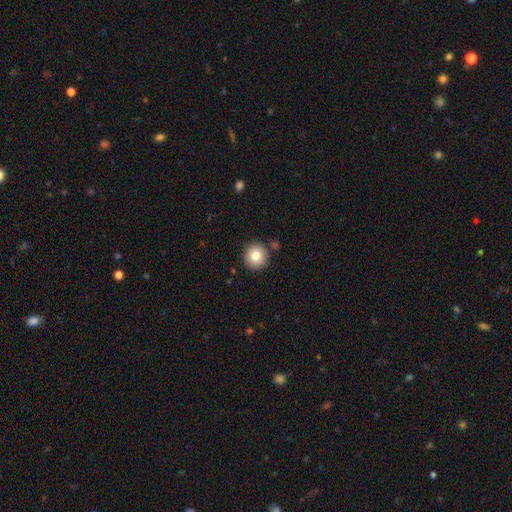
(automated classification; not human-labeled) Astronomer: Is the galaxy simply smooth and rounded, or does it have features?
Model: smooth — 81%.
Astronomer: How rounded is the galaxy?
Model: round — 93%.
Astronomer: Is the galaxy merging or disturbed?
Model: none — 87%.